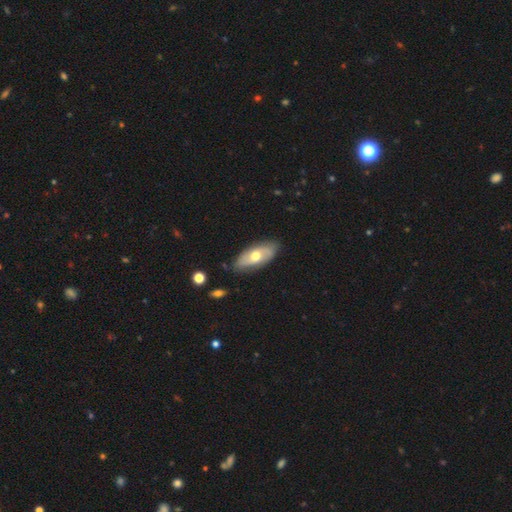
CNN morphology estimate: A smooth galaxy with no disk features (48%).

Vote fractions:
- Smooth or featured? smooth: 48% / featured or disk: 46% / star or artifact: 5%
- Merging? none: 80% / minor disturbance: 16% / major disturbance: 3% / merger: 2%